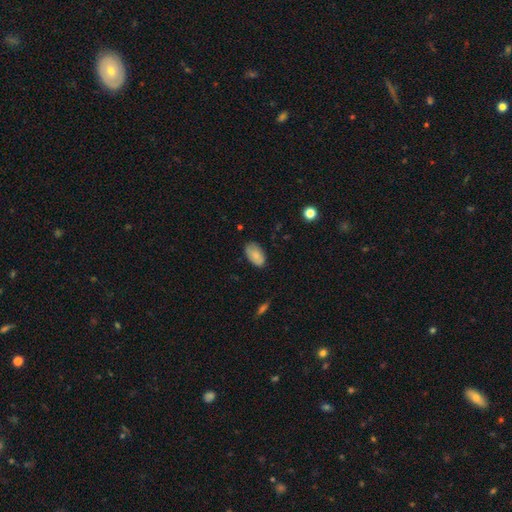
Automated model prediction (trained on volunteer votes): Smooth or featured?
  - smooth: 79% *
  - featured or disk: 14%
  - star or artifact: 7%
How rounded?
  - in between: 95% *
  - round: 4%
  - cigar-shaped: 2%
Merging?
  - none: 80% *
  - minor disturbance: 16%
  - major disturbance: 3%
  - merger: 1%